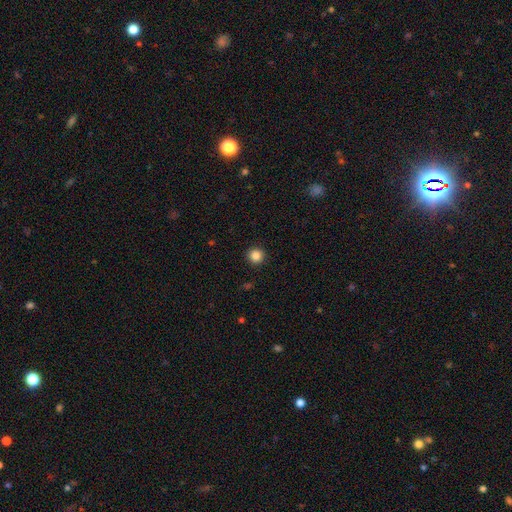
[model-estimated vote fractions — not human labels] smooth-or-featured: smooth: 86% | star or artifact: 11% | featured or disk: 4%
  how-rounded: round: 95% | in between: 4% | cigar-shaped: 1%
  merging: none: 93% | minor disturbance: 5% | major disturbance: 2% | merger: 1%